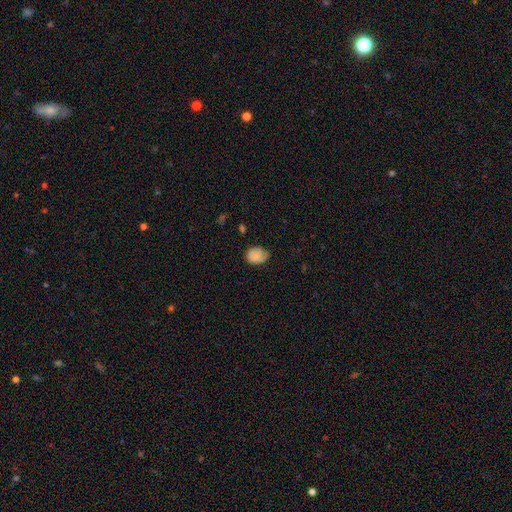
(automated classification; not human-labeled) Q: Smooth or featured?
A: smooth (74%); runner-up: featured or disk (17%)
Q: How rounded?
A: in between (59%); runner-up: round (40%)
Q: Merging?
A: none (48%); runner-up: minor disturbance (37%)